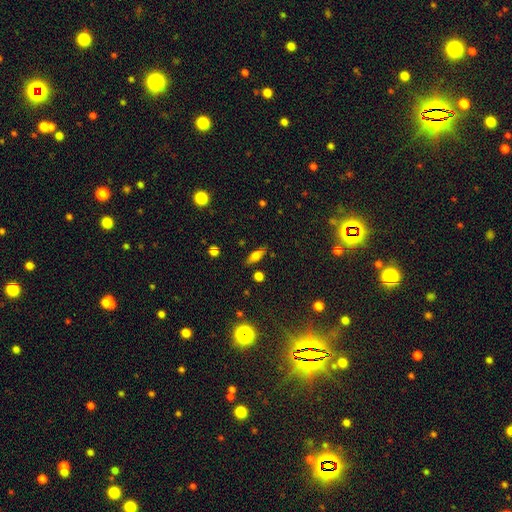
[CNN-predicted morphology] A smooth galaxy with no disk features (65%) that is in between round and cigar-shaped (62%).

Vote fractions:
- Smooth or featured? smooth: 65% / featured or disk: 24% / star or artifact: 11%
- How rounded? in between: 62% / cigar-shaped: 33% / round: 5%
- Merging? none: 82% / minor disturbance: 13% / major disturbance: 3% / merger: 3%